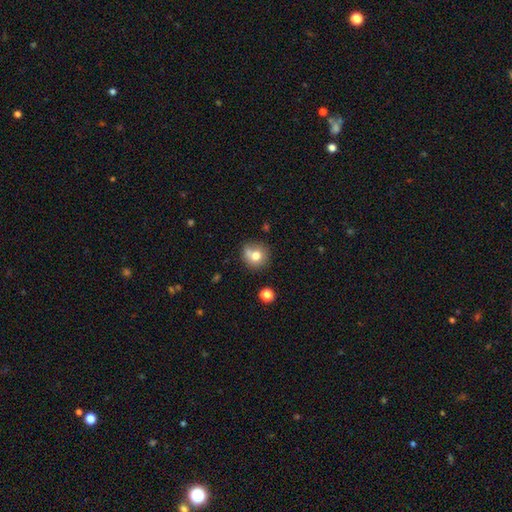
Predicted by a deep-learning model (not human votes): This appears to be a smooth galaxy with no disk features (74%) that is round (87%). Merging: none (61%).